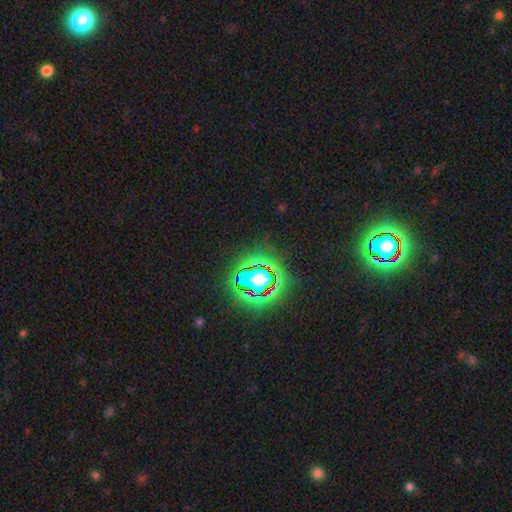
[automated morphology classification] Smooth or featured? star or artifact (82%)